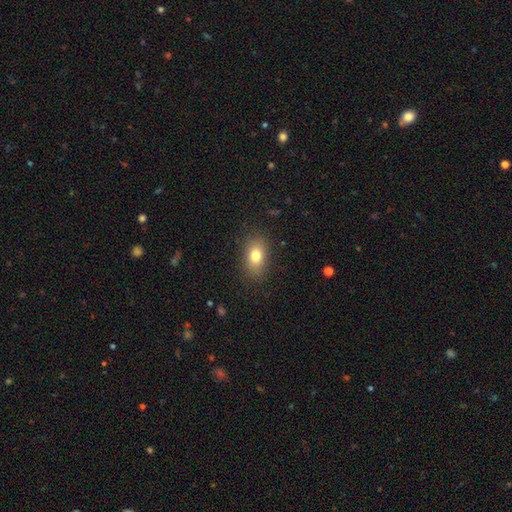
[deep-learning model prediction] A smooth galaxy with no disk features (78%) that is in between round and cigar-shaped (82%).

Vote fractions:
- Smooth or featured? smooth: 78% / featured or disk: 12% / star or artifact: 10%
- How rounded? in between: 82% / round: 15% / cigar-shaped: 3%
- Merging? none: 85% / minor disturbance: 10% / major disturbance: 4% / merger: 1%